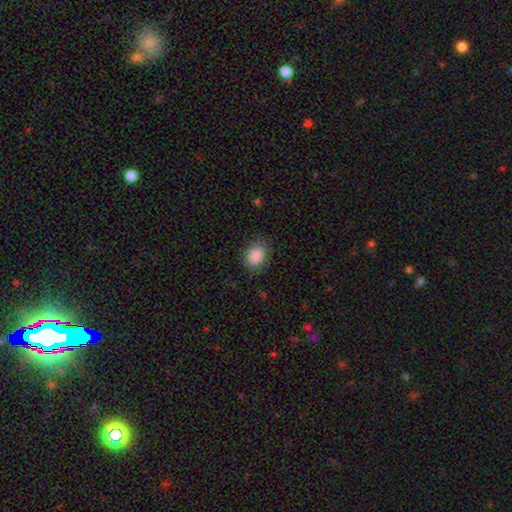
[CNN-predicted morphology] smooth 88%, star or artifact 8%, featured or disk 4%. Down the decision tree: how rounded — in between (61%); merging — none (83%).